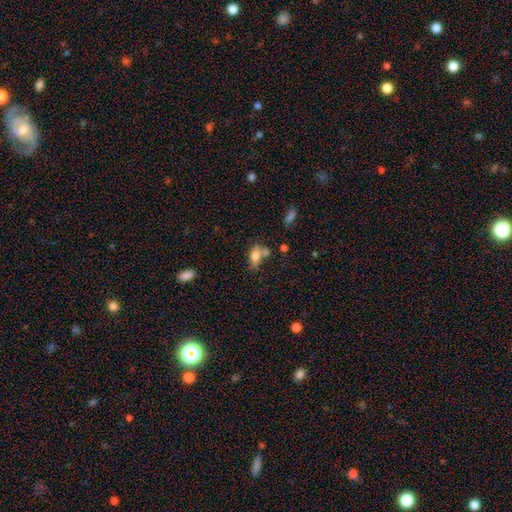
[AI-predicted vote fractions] Smooth or featured? smooth (74%)
How rounded? in between (83%)
Merging? none (43%)